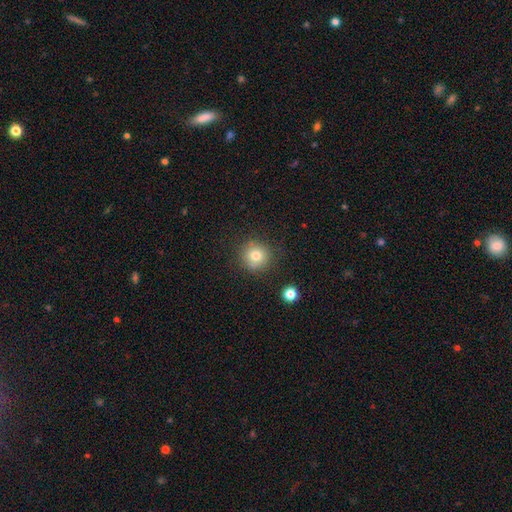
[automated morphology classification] The model was most divided on "smooth or featured": smooth: 79%, star or artifact: 12%, featured or disk: 10%. More confident: how rounded — round (93%); merging — none (84%).